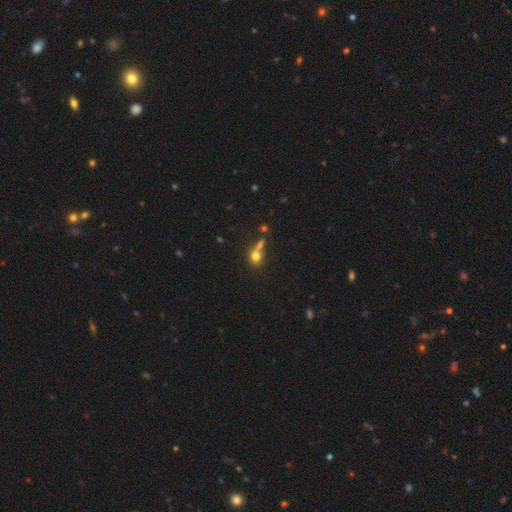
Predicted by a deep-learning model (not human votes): Smooth or featured: smooth — 72% (featured or disk — 15%)
How rounded: round — 61% (in between — 34%)
Merging: none — 40% (merger — 37%)